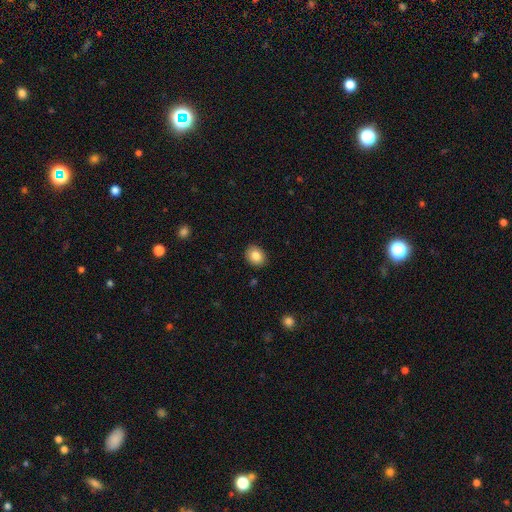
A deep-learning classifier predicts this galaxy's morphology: This appears to be a smooth galaxy with no disk features (85%) that is round (51%). Merging: none (89%).